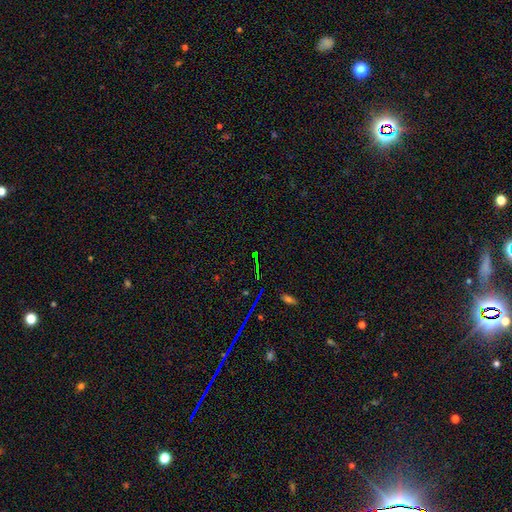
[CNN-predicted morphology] This appears to be a star or artifact, not a galaxy (74%).